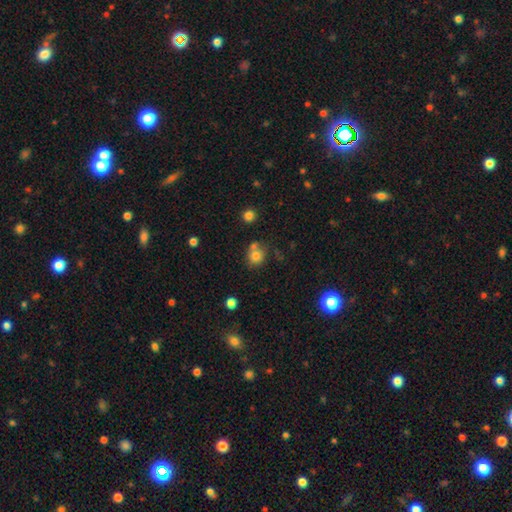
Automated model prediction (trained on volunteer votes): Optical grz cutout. It shows a smooth galaxy with no disk features (78%) that is round (81%). Merging: none (59%).